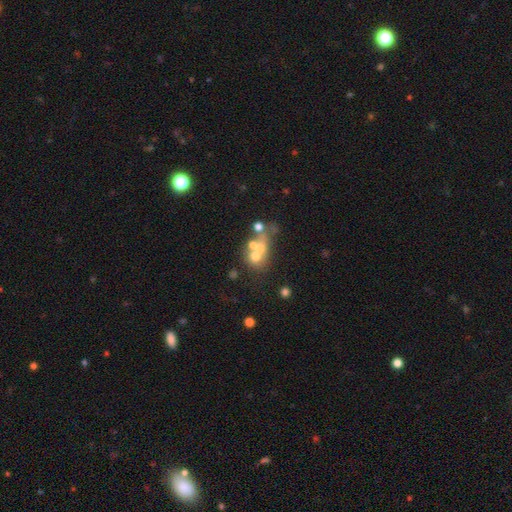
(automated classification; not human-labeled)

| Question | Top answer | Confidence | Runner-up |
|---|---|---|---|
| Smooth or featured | smooth | 47% | featured or disk (35%) |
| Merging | merger | 52% | none (30%) |